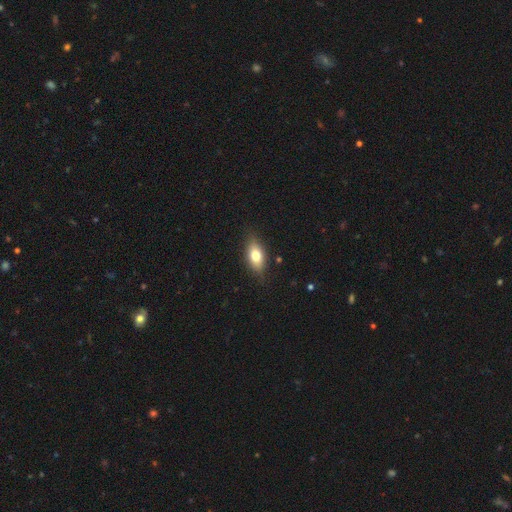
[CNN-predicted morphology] Q: Smooth or featured?
A: smooth (73%); runner-up: featured or disk (19%)
Q: How rounded?
A: in between (85%); runner-up: cigar-shaped (10%)
Q: Merging?
A: none (82%); runner-up: minor disturbance (14%)